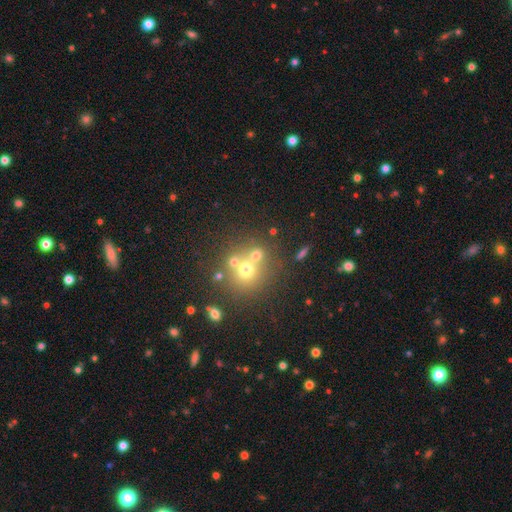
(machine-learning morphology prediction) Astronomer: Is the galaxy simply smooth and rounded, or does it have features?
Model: smooth — 62%.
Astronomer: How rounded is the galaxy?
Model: round — 84%.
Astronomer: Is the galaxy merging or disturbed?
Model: none — 50% (runner-up: merger, 37%).